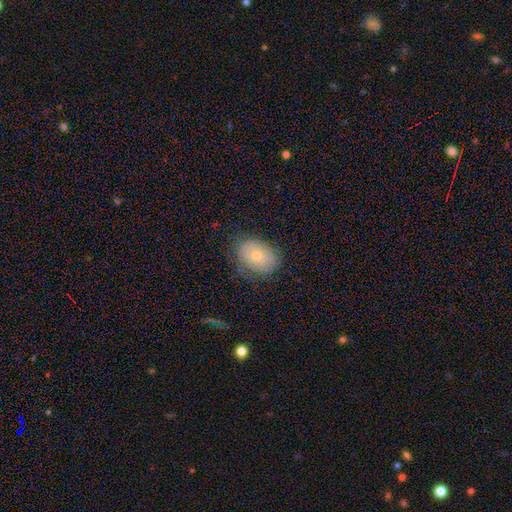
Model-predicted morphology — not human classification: smooth-or-featured: featured or disk: 47% | smooth: 44% | star or artifact: 9%
  merging: none: 73% | minor disturbance: 19% | major disturbance: 7% | merger: 1%